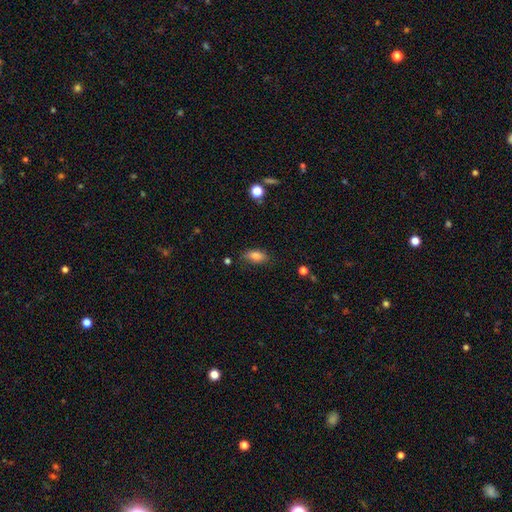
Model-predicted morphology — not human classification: Q: Smooth or featured?
A: smooth (83%); runner-up: star or artifact (9%)
Q: How rounded?
A: in between (88%); runner-up: cigar-shaped (7%)
Q: Merging?
A: none (74%); runner-up: minor disturbance (20%)